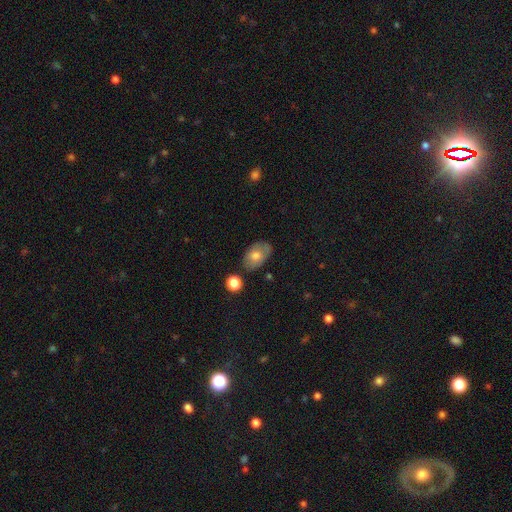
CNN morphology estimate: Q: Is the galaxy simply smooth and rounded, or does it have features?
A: smooth — 69%.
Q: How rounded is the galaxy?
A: in between — 88%.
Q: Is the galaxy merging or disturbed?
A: none — 74%.